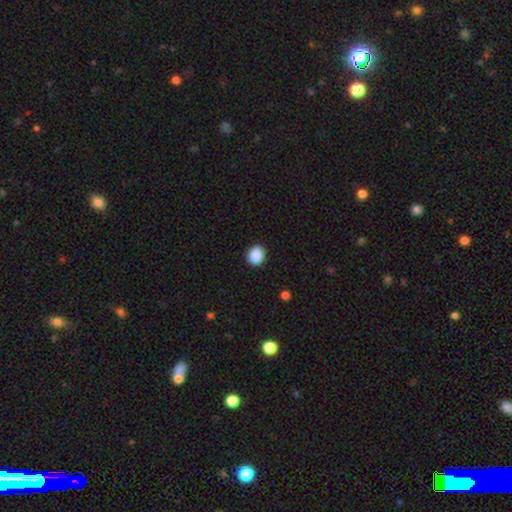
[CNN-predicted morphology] Smooth or featured? Predicted: smooth (p=0.89). How rounded? Predicted: round (p=0.65). Merging? Predicted: none (p=0.88).